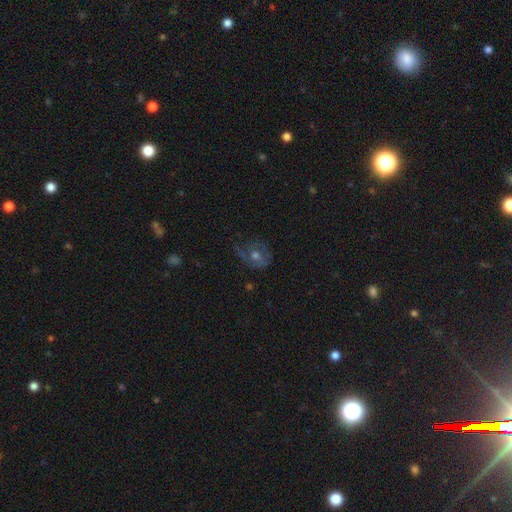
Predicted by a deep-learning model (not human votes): Morphology: type=featured or disk (47%); merging=none (58%).